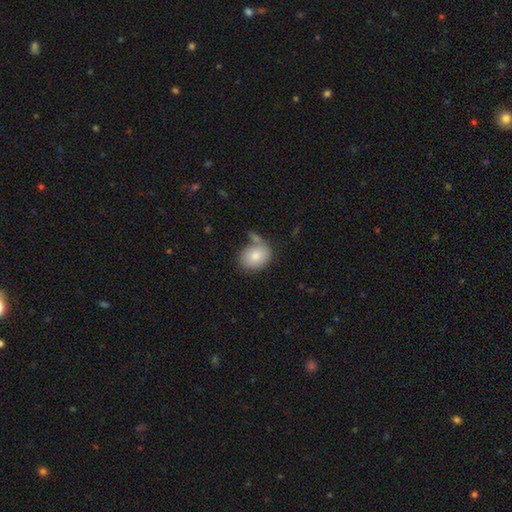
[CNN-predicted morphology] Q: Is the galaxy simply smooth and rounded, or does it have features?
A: smooth — 81%.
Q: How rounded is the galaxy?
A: in between — 55%.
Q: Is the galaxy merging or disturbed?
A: none — 54%.